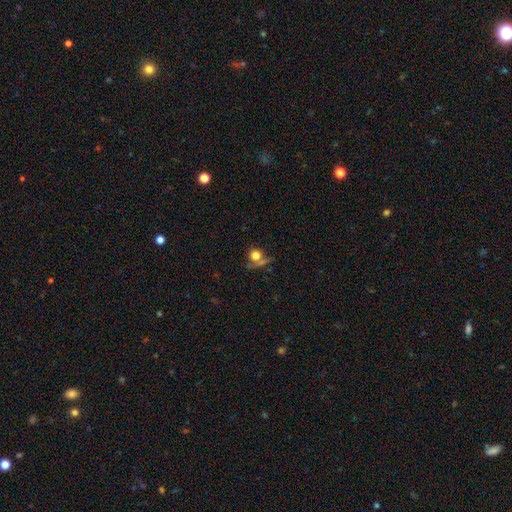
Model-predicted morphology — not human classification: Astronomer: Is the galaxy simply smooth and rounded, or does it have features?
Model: smooth — 67%.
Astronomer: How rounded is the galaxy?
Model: round — 85%.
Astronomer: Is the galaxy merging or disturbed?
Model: none — 57%.